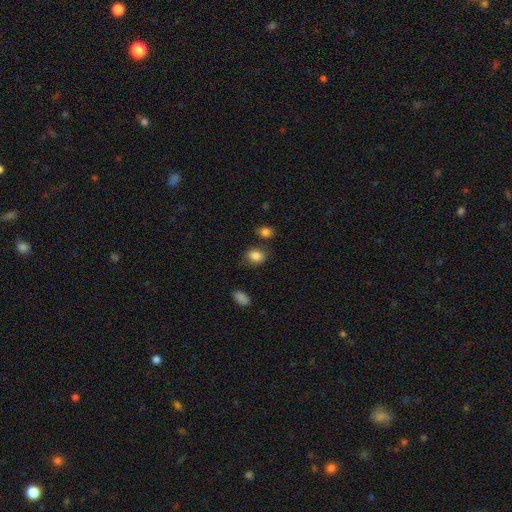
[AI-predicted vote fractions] smooth-or-featured: smooth: 85% | star or artifact: 10% | featured or disk: 6%
  how-rounded: in between: 58% | round: 41% | cigar-shaped: 1%
  merging: none: 76% | minor disturbance: 14% | merger: 7% | major disturbance: 4%